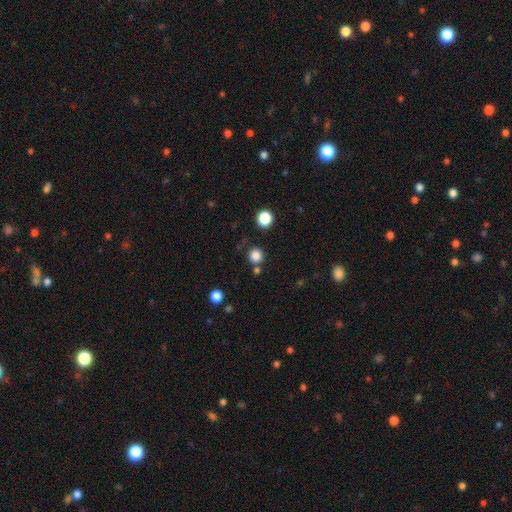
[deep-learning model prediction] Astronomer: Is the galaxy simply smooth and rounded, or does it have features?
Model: smooth — 82%.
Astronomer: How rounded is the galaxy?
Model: round — 92%.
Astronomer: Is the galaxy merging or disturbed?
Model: none — 78%.